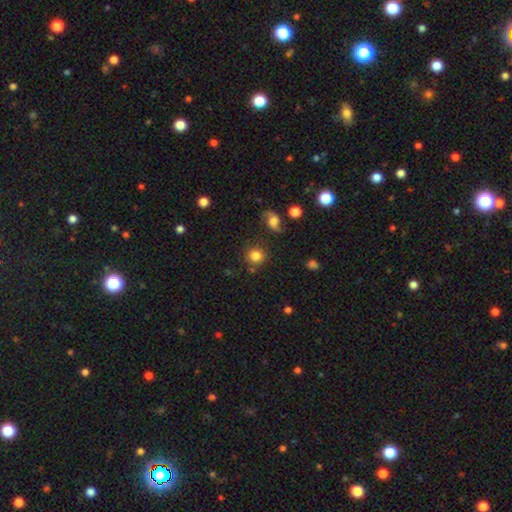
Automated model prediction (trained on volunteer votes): smooth 80%, star or artifact 10%, featured or disk 10%. Down the decision tree: how rounded — round (91%); merging — none (80%).